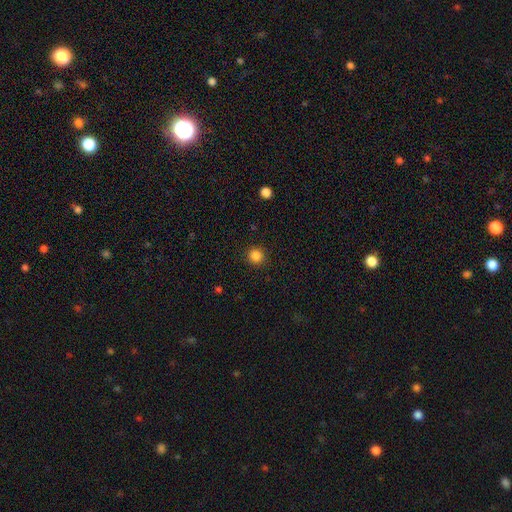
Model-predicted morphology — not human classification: smooth_or_featured: smooth (p=0.85) [alt: star or artifact p=0.11]
how_rounded: round (p=0.94) [alt: in between p=0.06]
merging: none (p=0.92) [alt: minor disturbance p=0.05]